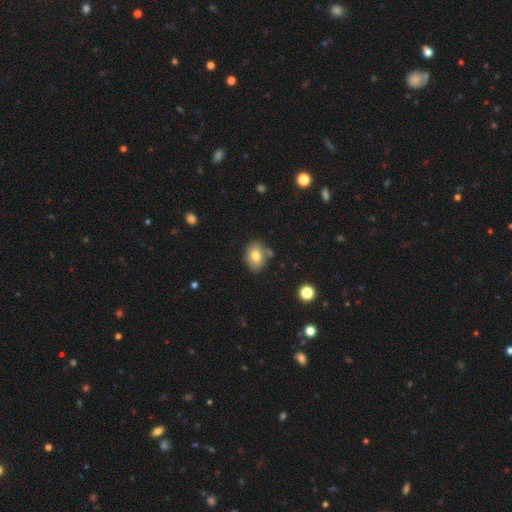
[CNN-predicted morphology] A smooth galaxy with no disk features (75%) that is in between round and cigar-shaped (73%).

Vote fractions:
- Smooth or featured? smooth: 75% / featured or disk: 17% / star or artifact: 9%
- How rounded? in between: 73% / round: 26% / cigar-shaped: 1%
- Merging? none: 66% / minor disturbance: 21% / merger: 9% / major disturbance: 5%